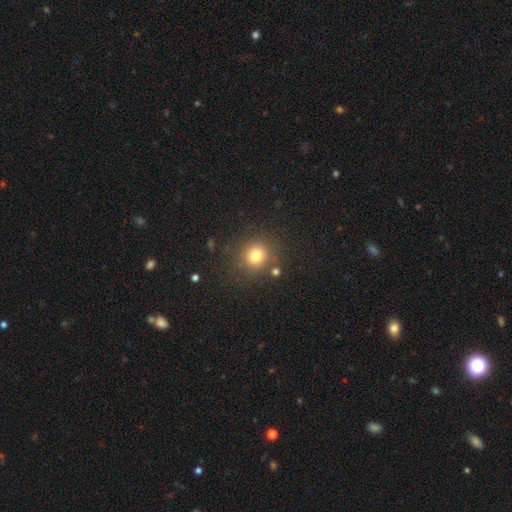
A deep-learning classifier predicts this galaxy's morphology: This is likely a smooth galaxy (77%). How rounded: clearly round (90%). Merging: clearly none (82%).